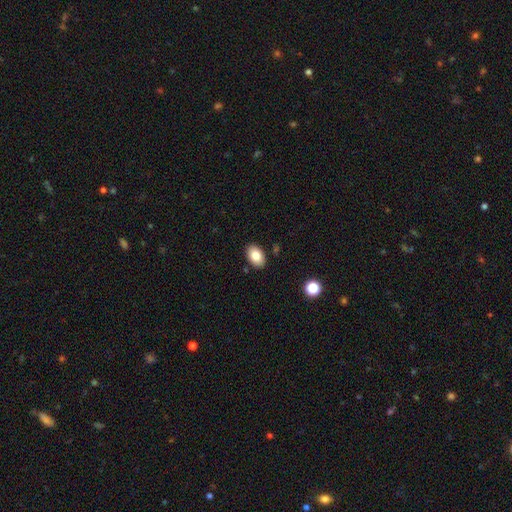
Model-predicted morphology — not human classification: Overall: smooth (84%). How rounded: in between (90%). Merging: none (88%).